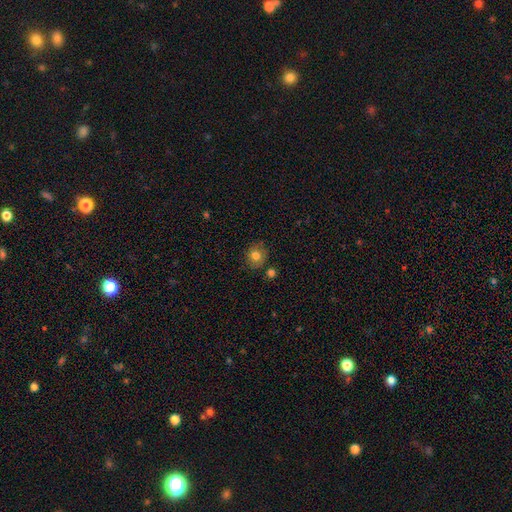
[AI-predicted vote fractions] Smooth or featured? smooth (78%)
How rounded? round (78%)
Merging? none (82%)